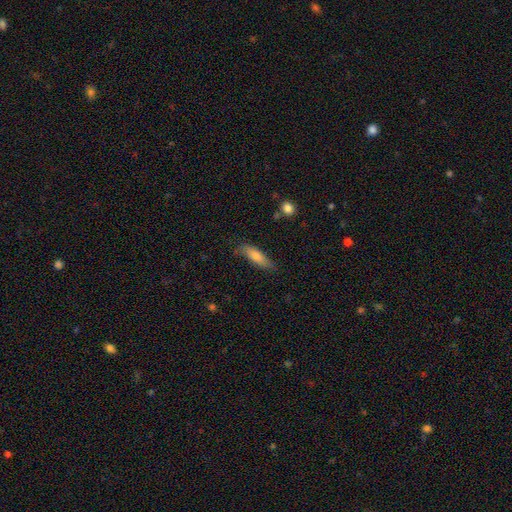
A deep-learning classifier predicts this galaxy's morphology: A smooth galaxy with no disk features (74%) that is cigar-shaped (60%).

Vote fractions:
- Smooth or featured? smooth: 74% / featured or disk: 20% / star or artifact: 6%
- How rounded? cigar-shaped: 60% / in between: 38% / round: 2%
- Merging? none: 73% / minor disturbance: 21% / major disturbance: 4% / merger: 2%